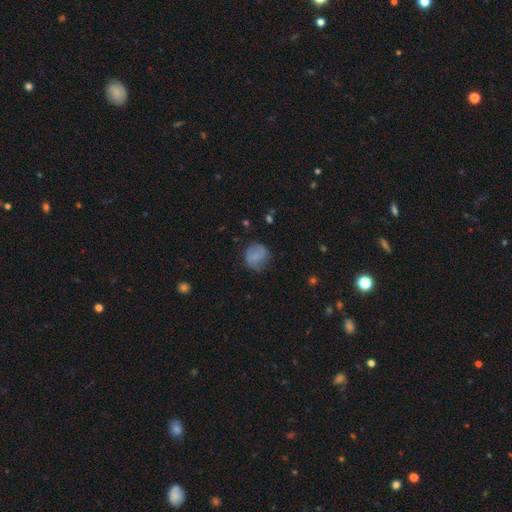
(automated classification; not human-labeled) This is likely a smooth galaxy (74%). How rounded: likely round (77%). Merging: likely none (63%).